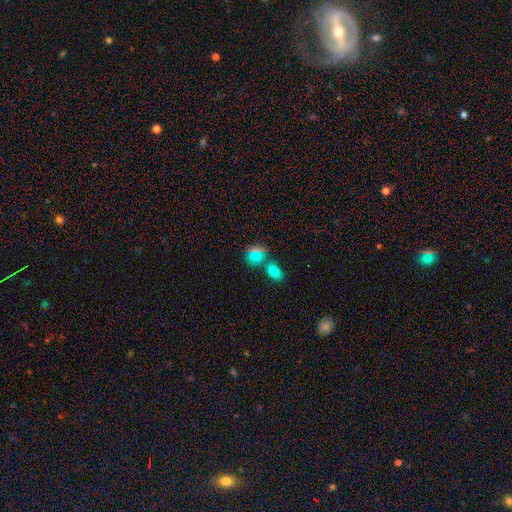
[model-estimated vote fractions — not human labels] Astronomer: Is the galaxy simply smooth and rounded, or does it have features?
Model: smooth — 72%.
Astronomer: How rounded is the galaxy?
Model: round — 49% (runner-up: in between, 48%).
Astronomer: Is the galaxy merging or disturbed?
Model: none — 54% (runner-up: merger, 31%).